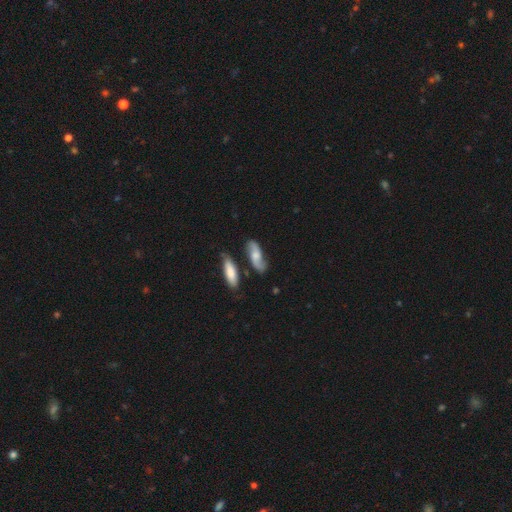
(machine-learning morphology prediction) Smooth or featured? featured or disk (60%)
Edge-on disk? no (85%)
Bar? no (60%)
Spiral arms? yes (92%)
Bulge size? moderate (44%)
Merging? none (70%)